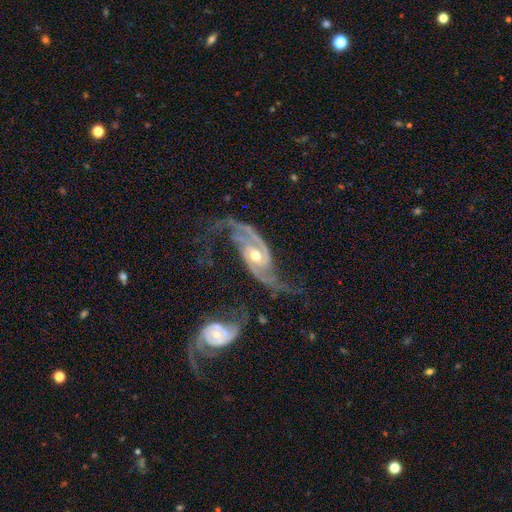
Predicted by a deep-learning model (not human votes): smooth-or-featured: featured or disk: 92% | star or artifact: 5% | smooth: 3%
  disk-edge-on: no: 95% | yes: 5%
    bar: no: 49% | weak: 34% | strong: 16%
    has-spiral-arms: yes: 98% | no: 2%
      spiral-winding: medium: 47% | loose: 31% | tight: 22%
      spiral-arm-count: 2: 76% | 3: 10% | can't tell: 5% | 4: 3% | 1: 3% | more than 4: 3%
    bulge-size: moderate: 72% | small: 21% | large: 5% | none: 1% | dominant: 1%
  merging: none: 58% | minor disturbance: 20% | major disturbance: 18% | merger: 3%